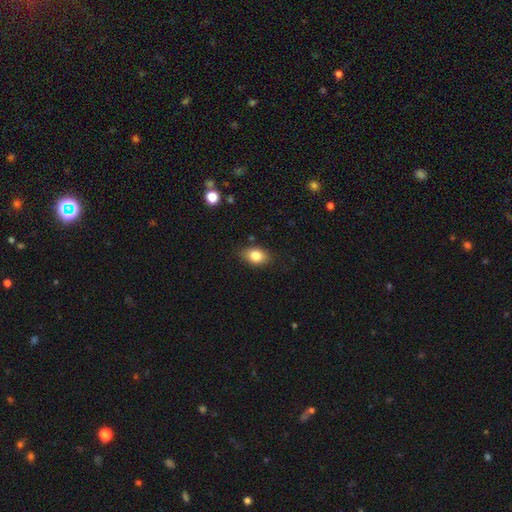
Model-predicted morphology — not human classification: This is clearly a smooth galaxy (82%). How rounded: likely in between (79%). Merging: clearly none (82%).